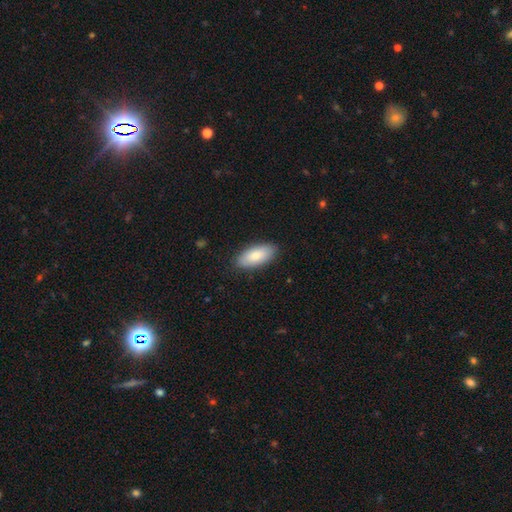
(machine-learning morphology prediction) This is clearly a smooth galaxy (81%). How rounded: clearly in between (91%). Merging: clearly none (87%).